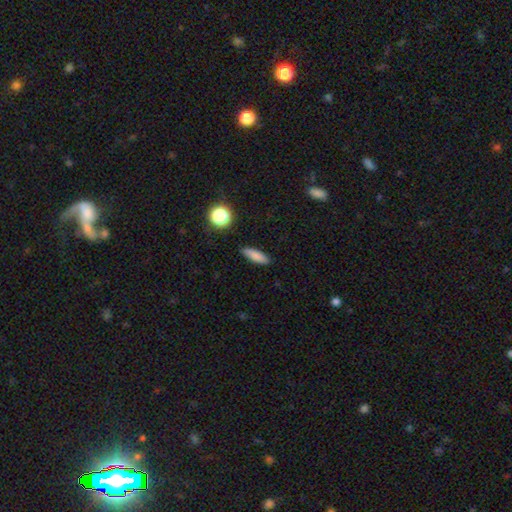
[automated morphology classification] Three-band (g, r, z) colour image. It shows a smooth galaxy with no disk features (83%) that is in between round and cigar-shaped (49%). Merging: none (87%).